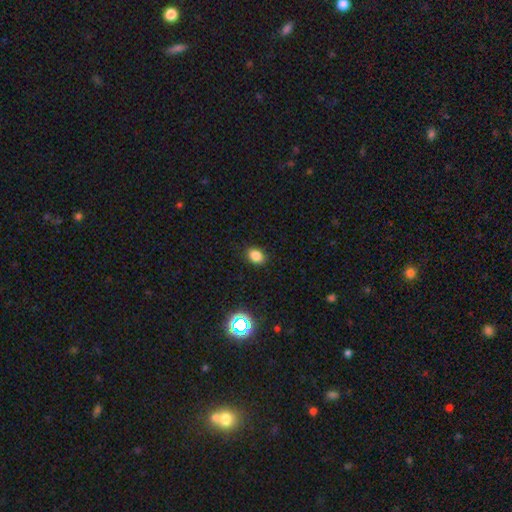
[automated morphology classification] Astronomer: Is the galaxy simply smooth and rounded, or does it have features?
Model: smooth — 82%.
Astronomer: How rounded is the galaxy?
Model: in between — 69%.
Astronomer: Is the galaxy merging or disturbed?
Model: none — 87%.